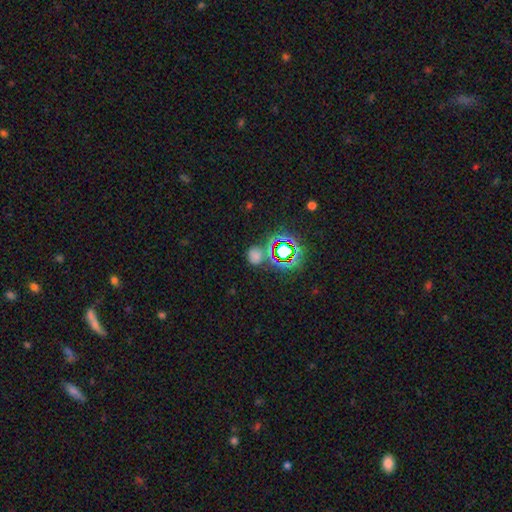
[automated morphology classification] Smooth or featured? smooth (56%)
How rounded? round (76%)
Merging? none (68%)